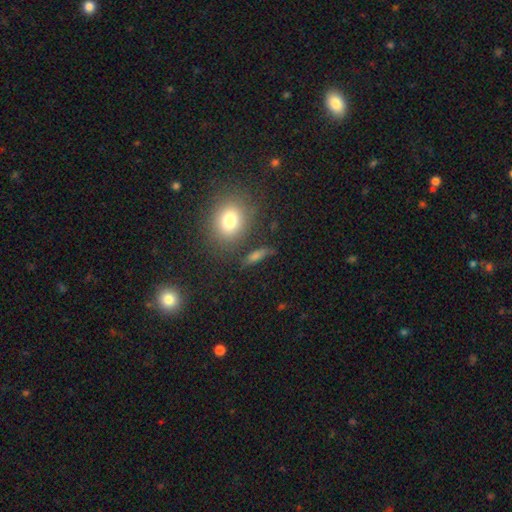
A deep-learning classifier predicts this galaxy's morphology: smooth-or-featured: smooth: 63% | star or artifact: 18% | featured or disk: 18%
  how-rounded: in between: 47% | cigar-shaped: 27% | round: 26%
  merging: none: 76% | minor disturbance: 12% | merger: 7% | major disturbance: 5%